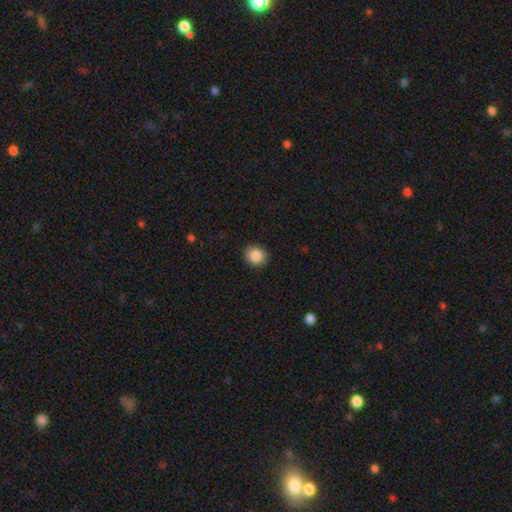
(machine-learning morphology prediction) smooth-or-featured: smooth: 86% | star or artifact: 9% | featured or disk: 5%
  how-rounded: round: 80% | in between: 19% | cigar-shaped: 1%
  merging: none: 91% | minor disturbance: 6% | major disturbance: 2% | merger: 1%